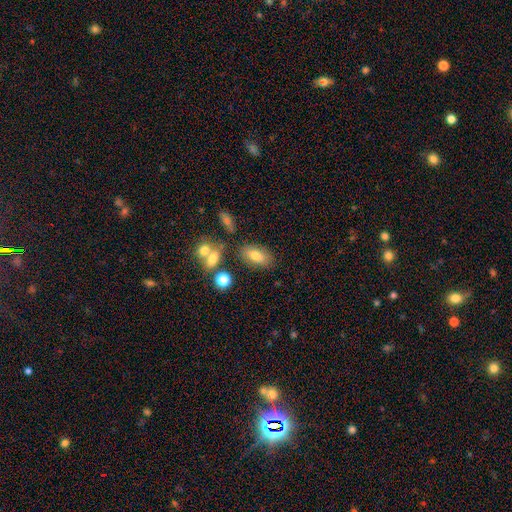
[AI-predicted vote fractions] Smooth or featured?
  - smooth: 75% *
  - featured or disk: 15%
  - star or artifact: 10%
How rounded?
  - in between: 88% *
  - round: 6%
  - cigar-shaped: 6%
Merging?
  - none: 74% *
  - minor disturbance: 13%
  - merger: 9%
  - major disturbance: 4%